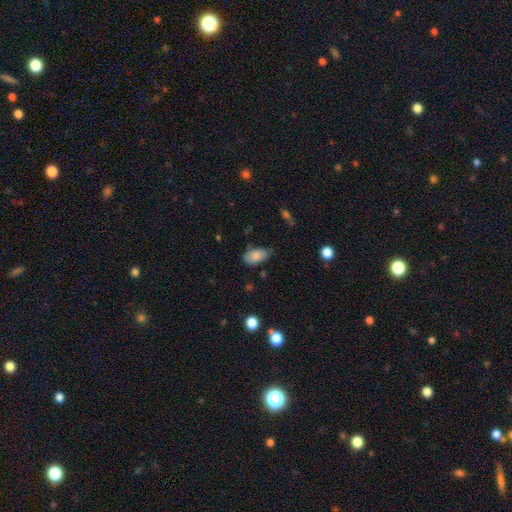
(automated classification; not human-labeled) Morphology: type=smooth (82%); roundness=in between (93%); merging=none (69%).